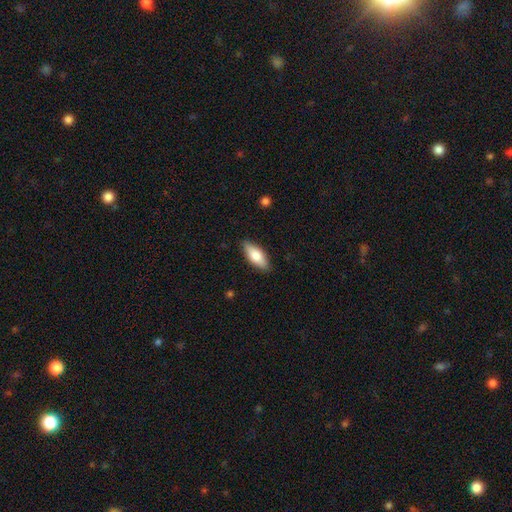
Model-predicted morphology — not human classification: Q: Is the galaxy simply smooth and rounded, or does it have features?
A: smooth — 74%.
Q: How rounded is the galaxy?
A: in between — 77%.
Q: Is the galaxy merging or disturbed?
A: none — 87%.